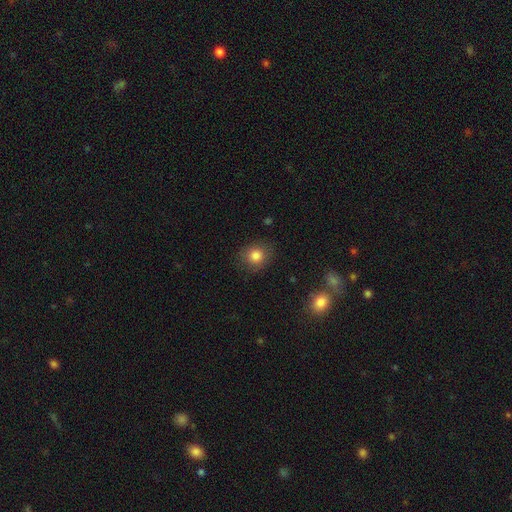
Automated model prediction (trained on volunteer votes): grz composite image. It shows a smooth galaxy with no disk features (83%) that is round (77%). Merging: none (83%).